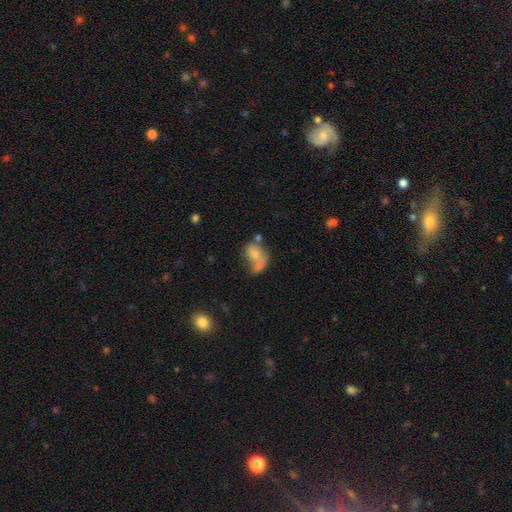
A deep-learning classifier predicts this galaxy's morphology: Smooth or featured? smooth (62%)
How rounded? in between (75%)
Merging? merger (36%)